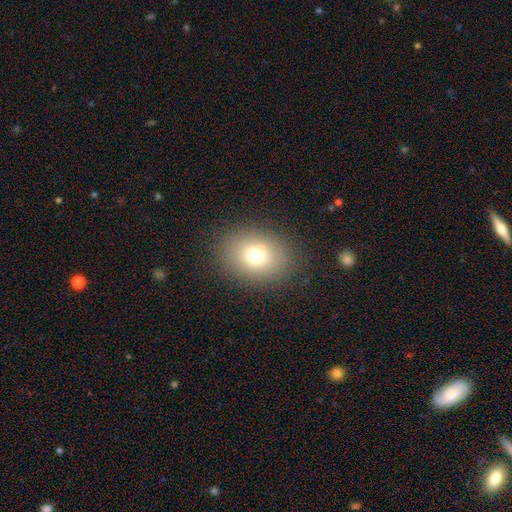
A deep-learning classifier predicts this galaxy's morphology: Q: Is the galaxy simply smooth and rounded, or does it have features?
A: smooth — 69%.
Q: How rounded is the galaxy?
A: in between — 54%.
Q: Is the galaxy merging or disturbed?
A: none — 81%.